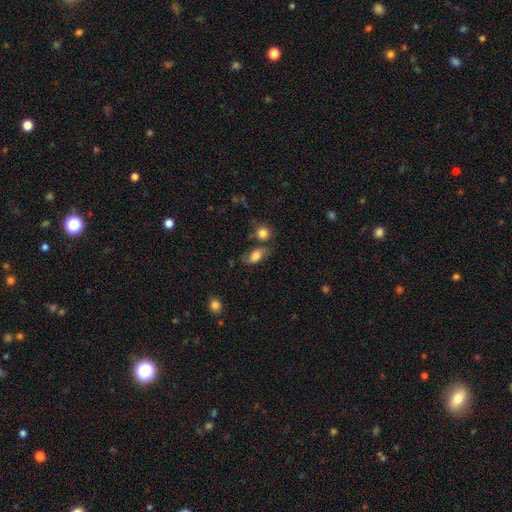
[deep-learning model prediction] Smooth or featured: smooth — 75% (featured or disk — 16%)
How rounded: in between — 85% (round — 11%)
Merging: none — 59% (minor disturbance — 22%)